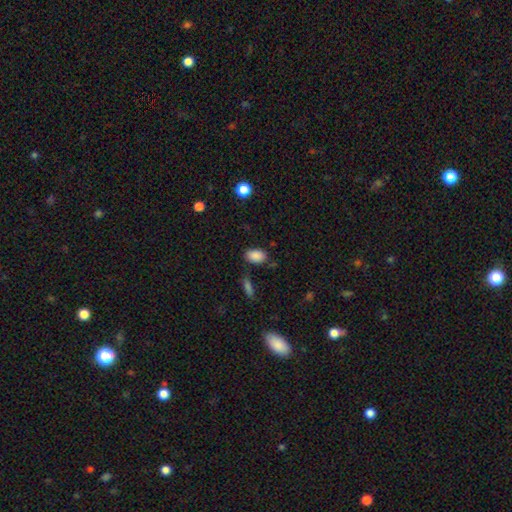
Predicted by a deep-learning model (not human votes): smooth-or-featured: smooth: 87% | star or artifact: 9% | featured or disk: 4%
  how-rounded: in between: 89% | round: 10% | cigar-shaped: 2%
  merging: none: 79% | minor disturbance: 13% | merger: 4% | major disturbance: 3%